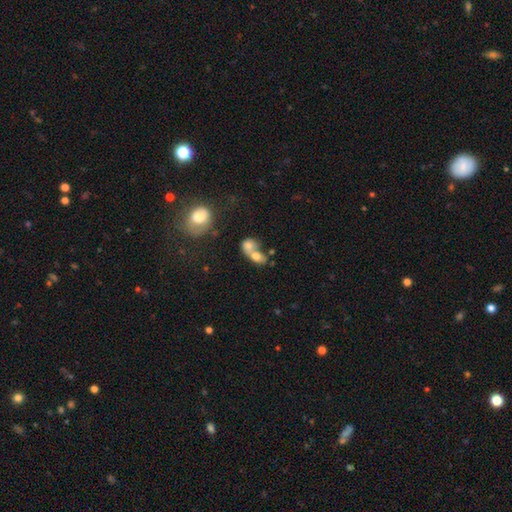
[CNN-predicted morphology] The model was most divided on "how rounded": in between: 57%, round: 40%, cigar-shaped: 2%. More confident: merging — merger (71%); smooth or featured — smooth (71%).